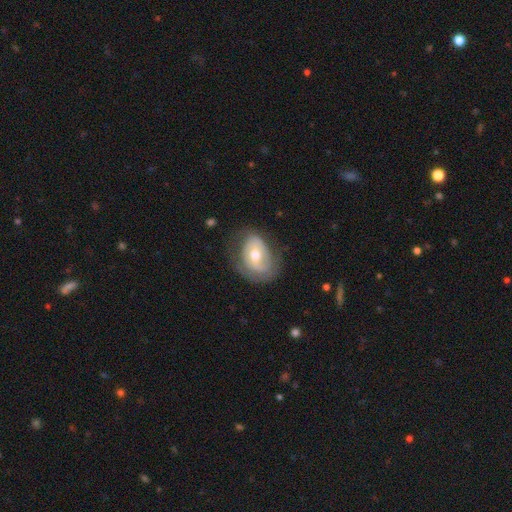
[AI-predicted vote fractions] smooth_or_featured: featured or disk (p=0.62) [alt: smooth p=0.30]
disk_edge_on: no (p=0.95) [alt: yes p=0.05]
bar: no (p=0.58) [alt: weak p=0.30]
has_spiral_arms: yes (p=0.65) [alt: no p=0.35]
bulge_size: moderate (p=0.67) [alt: small p=0.26]
merging: none (p=0.62) [alt: minor disturbance p=0.24]